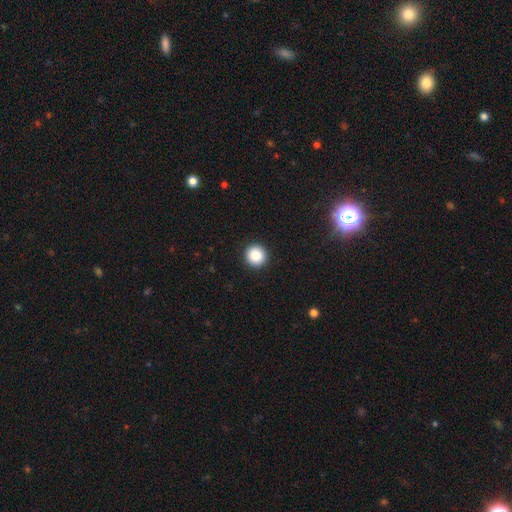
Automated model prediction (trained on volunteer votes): Smooth or featured: smooth — 87% (star or artifact — 9%)
How rounded: round — 95% (in between — 4%)
Merging: none — 93% (minor disturbance — 5%)